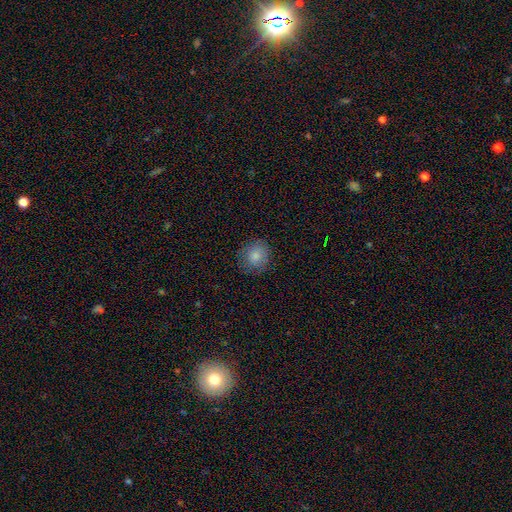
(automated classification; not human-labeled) Smooth or featured: smooth — 82% (star or artifact — 9%)
How rounded: round — 79% (in between — 20%)
Merging: none — 81% (minor disturbance — 15%)